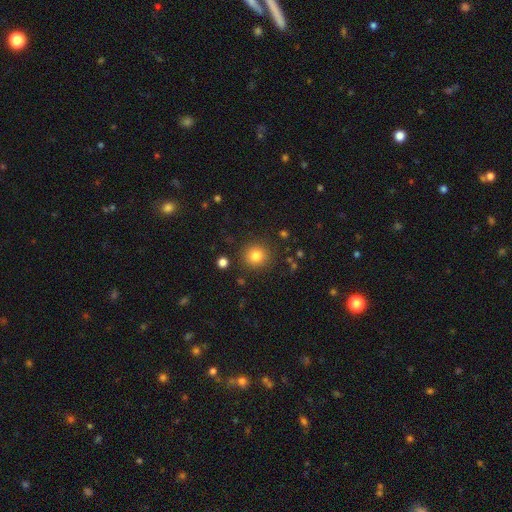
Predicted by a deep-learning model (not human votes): Smooth or featured?
  - smooth: 82% *
  - star or artifact: 12%
  - featured or disk: 6%
How rounded?
  - round: 91% *
  - in between: 8%
  - cigar-shaped: 1%
Merging?
  - none: 88% *
  - minor disturbance: 7%
  - major disturbance: 3%
  - merger: 2%